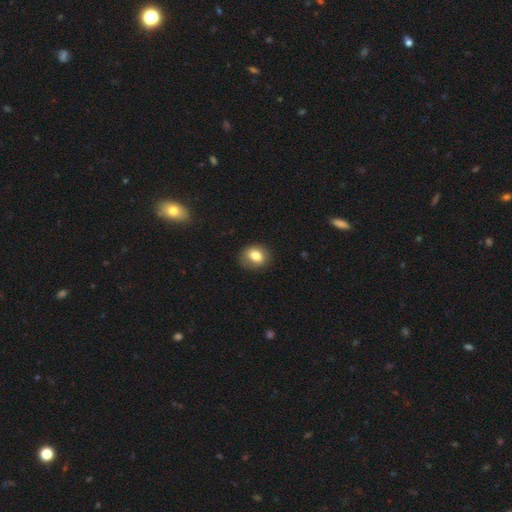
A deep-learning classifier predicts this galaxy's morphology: Smooth or featured? smooth (79%)
How rounded? round (52%)
Merging? none (80%)